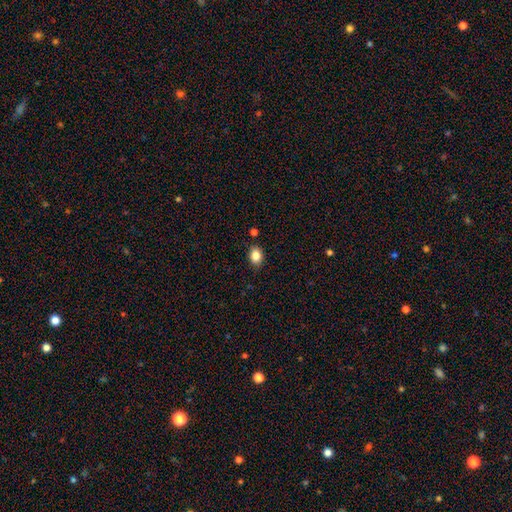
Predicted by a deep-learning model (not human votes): Morphology: type=smooth (84%); roundness=in between (67%); merging=none (84%).